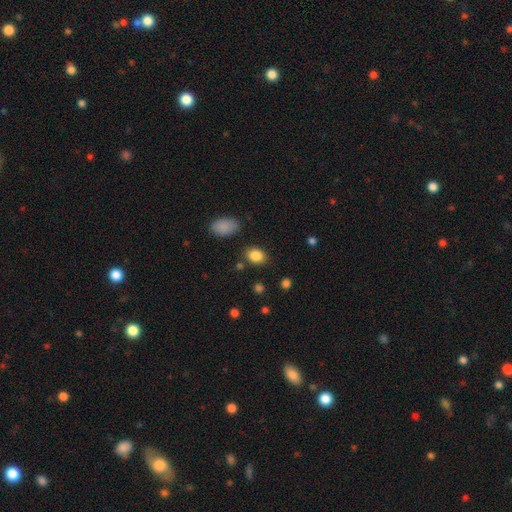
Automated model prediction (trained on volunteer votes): Smooth or featured: smooth — 85% (star or artifact — 10%)
How rounded: in between — 68% (round — 31%)
Merging: none — 82% (minor disturbance — 11%)